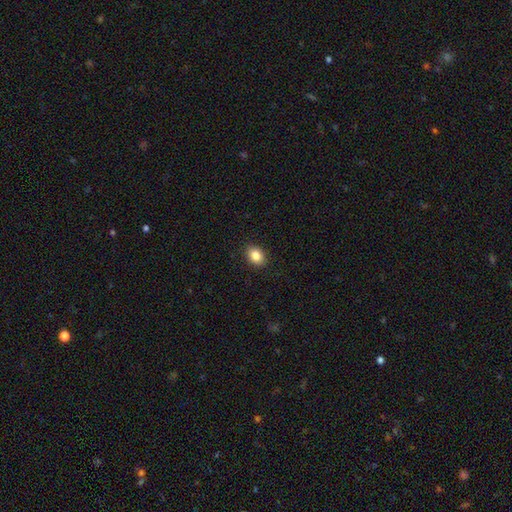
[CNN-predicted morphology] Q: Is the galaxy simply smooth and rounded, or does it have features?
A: smooth — 85%.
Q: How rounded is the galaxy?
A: in between — 69%.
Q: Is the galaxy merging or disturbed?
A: none — 90%.